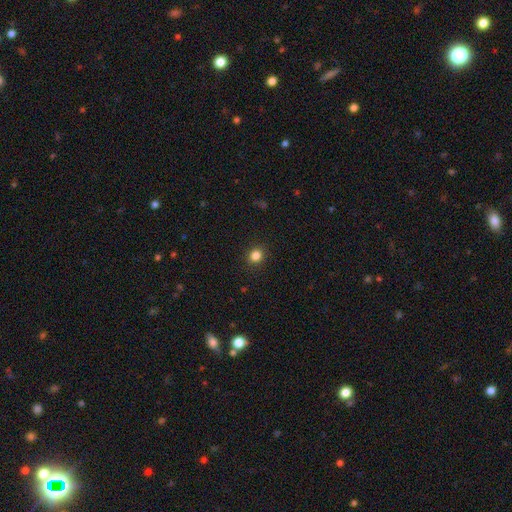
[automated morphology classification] Smooth or featured? smooth (84%)
How rounded? round (82%)
Merging? none (91%)